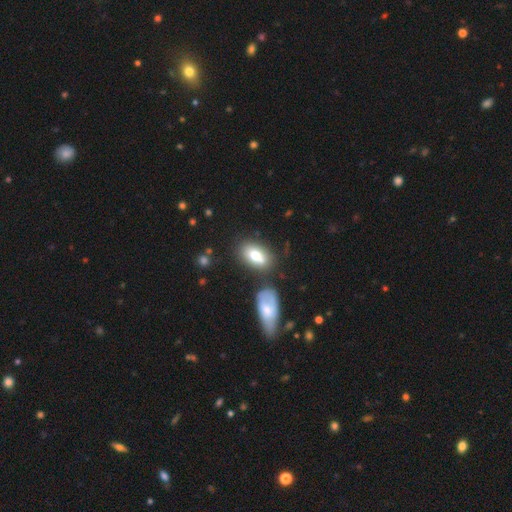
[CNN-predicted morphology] This appears to be a smooth galaxy with no disk features (75%) that is in between round and cigar-shaped (90%). Merging: none (65%).